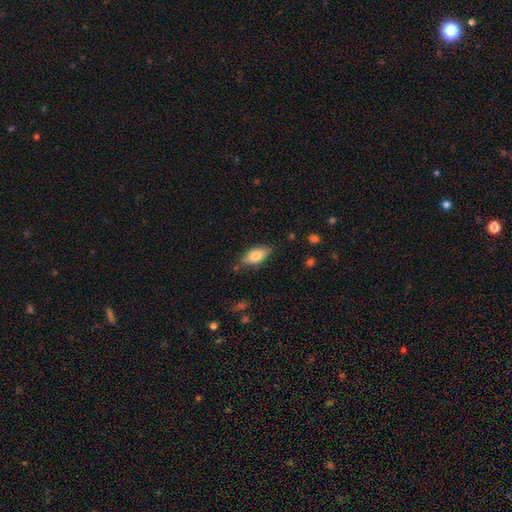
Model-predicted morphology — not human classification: Smooth or featured: smooth — 73% (featured or disk — 21%)
How rounded: in between — 81% (cigar-shaped — 16%)
Merging: none — 80% (minor disturbance — 15%)